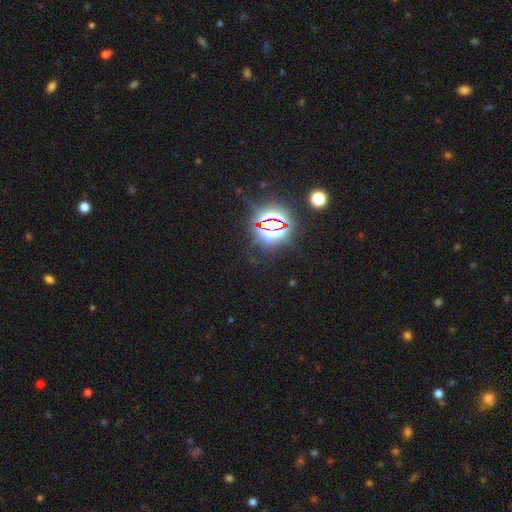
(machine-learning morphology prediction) Smooth or featured? Predicted: star or artifact (p=0.83).